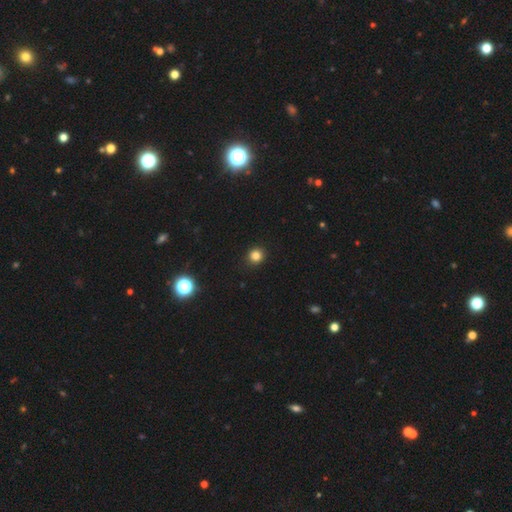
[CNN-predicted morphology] A smooth galaxy with no disk features (83%) that is round (91%).

Vote fractions:
- Smooth or featured? smooth: 83% / star or artifact: 14% / featured or disk: 4%
- How rounded? round: 91% / in between: 8% / cigar-shaped: 1%
- Merging? none: 92% / minor disturbance: 6% / major disturbance: 2% / merger: 1%